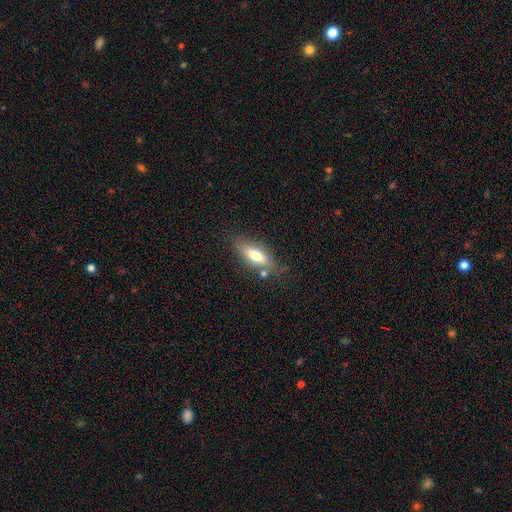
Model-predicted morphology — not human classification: Smooth or featured? Predicted: smooth (p=0.67). How rounded? Predicted: in between (p=0.70). Merging? Predicted: none (p=0.67).